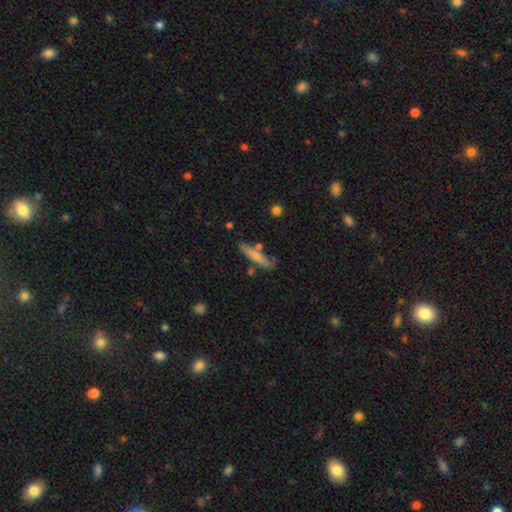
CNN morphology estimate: type=smooth (67%); roundness=cigar-shaped (87%); merging=none (69%).